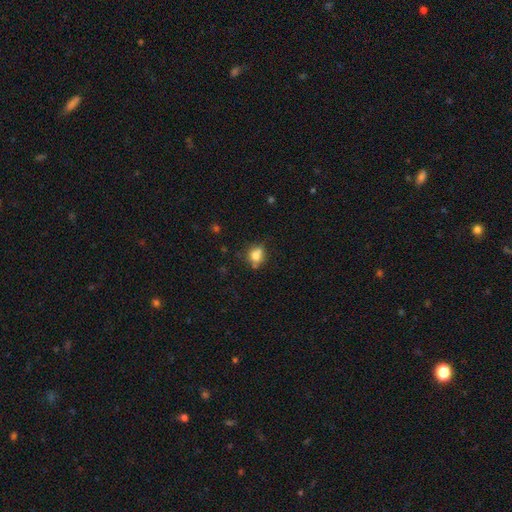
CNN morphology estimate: smooth_or_featured: smooth (p=0.73) [alt: featured or disk p=0.15]
how_rounded: round (p=0.71) [alt: in between p=0.28]
merging: none (p=0.57) [alt: minor disturbance p=0.19]